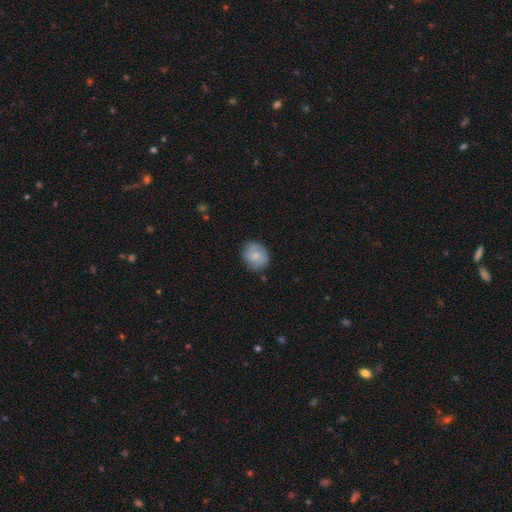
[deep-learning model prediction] Smooth or featured?
  - smooth: 67% *
  - featured or disk: 26%
  - star or artifact: 7%
How rounded?
  - round: 67% *
  - in between: 32%
  - cigar-shaped: 1%
Merging?
  - none: 77% *
  - minor disturbance: 17%
  - major disturbance: 4%
  - merger: 2%